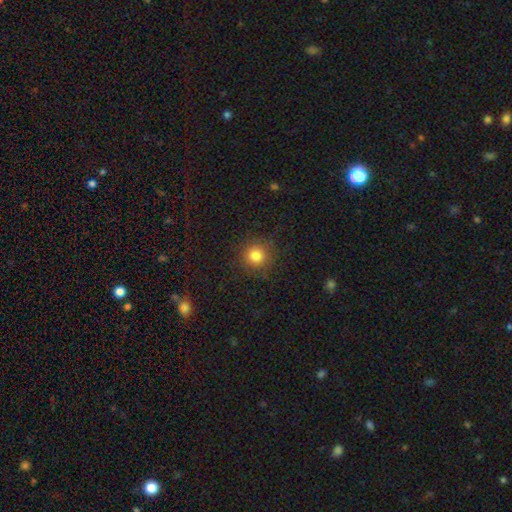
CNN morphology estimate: type=smooth (82%); roundness=round (94%); merging=none (87%).